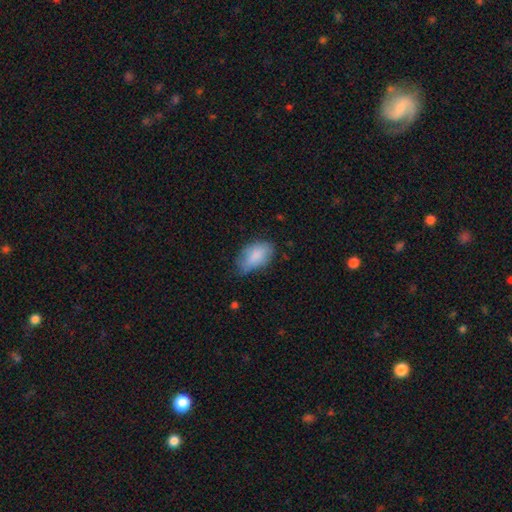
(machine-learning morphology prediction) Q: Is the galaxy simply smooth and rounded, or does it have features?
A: smooth — 82%.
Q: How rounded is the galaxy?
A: in between — 93%.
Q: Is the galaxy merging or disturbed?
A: none — 51%.